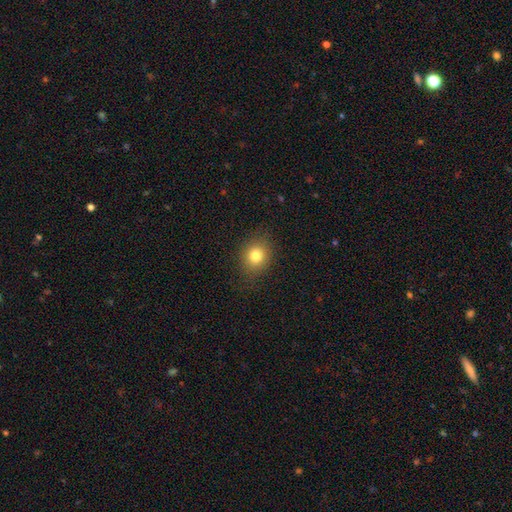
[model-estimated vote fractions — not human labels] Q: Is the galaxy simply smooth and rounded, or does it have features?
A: smooth — 80%.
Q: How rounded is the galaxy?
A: round — 65%.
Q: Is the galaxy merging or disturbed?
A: none — 84%.